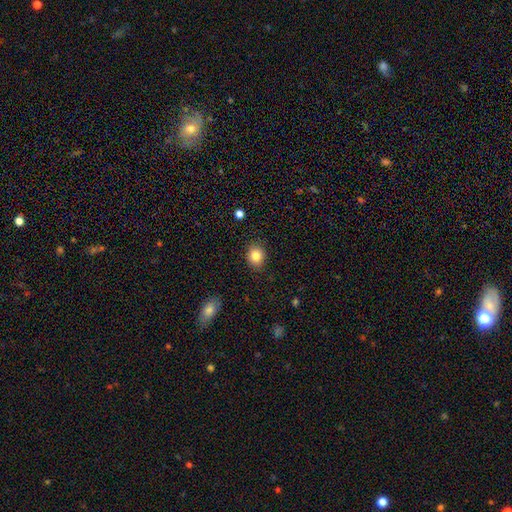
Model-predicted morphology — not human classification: type=smooth (84%); roundness=round (63%); merging=none (87%).